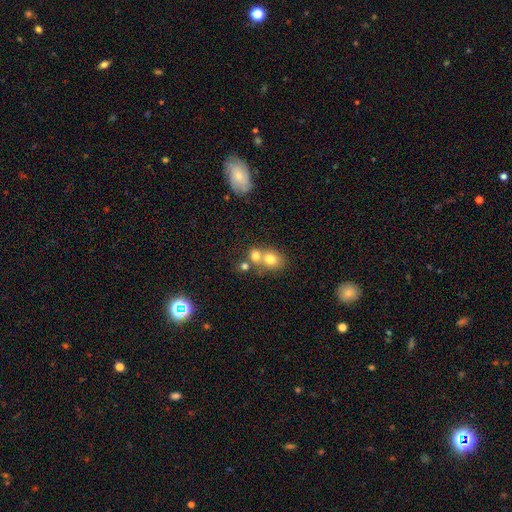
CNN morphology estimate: Smooth or featured? smooth (73%)
How rounded? round (71%)
Merging? merger (54%)